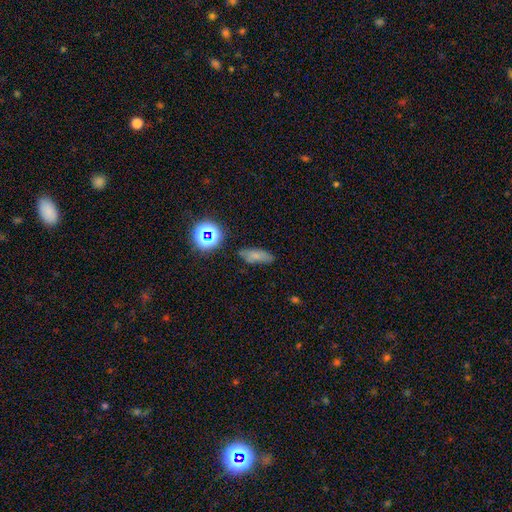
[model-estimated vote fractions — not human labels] The model was most divided on "how rounded": in between: 69%, cigar-shaped: 24%, round: 7%. More confident: merging — none (70%); smooth or featured — smooth (69%).